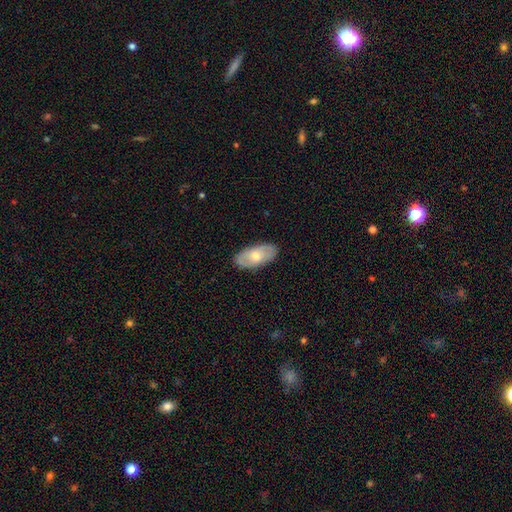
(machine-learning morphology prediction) smooth 55%, featured or disk 39%, star or artifact 6%. Down the decision tree: how rounded — in between (91%); merging — none (86%).